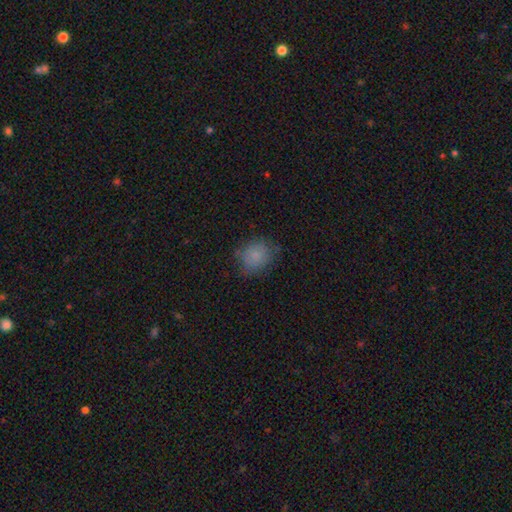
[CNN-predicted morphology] This appears to be a smooth galaxy with no disk features (83%) that is round (64%). Merging: none (72%).